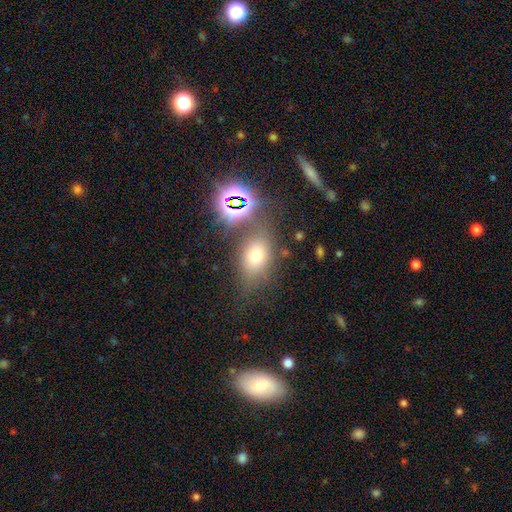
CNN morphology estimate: Smooth or featured: smooth — 62% (star or artifact — 23%)
How rounded: in between — 70% (round — 28%)
Merging: none — 66% (minor disturbance — 15%)